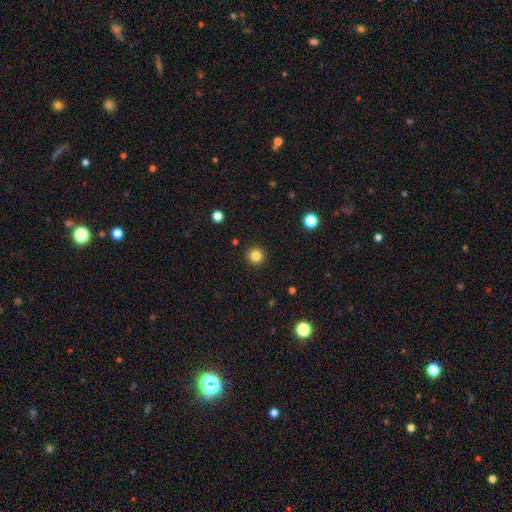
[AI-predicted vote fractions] Smooth or featured? Predicted: smooth (p=0.84). How rounded? Predicted: round (p=0.96). Merging? Predicted: none (p=0.93).